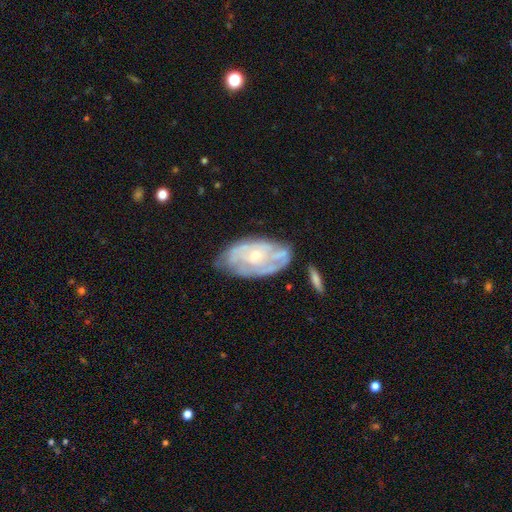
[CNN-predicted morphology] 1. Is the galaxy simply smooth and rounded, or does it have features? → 74% featured or disk, 20% smooth, 6% star or artifact.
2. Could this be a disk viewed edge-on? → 95% no, 5% yes.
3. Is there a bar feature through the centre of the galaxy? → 76% no, 20% weak, 4% strong.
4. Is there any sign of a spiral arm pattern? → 77% yes, 23% no.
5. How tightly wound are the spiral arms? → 62% tight, 28% medium, 10% loose.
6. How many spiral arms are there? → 53% can't tell, 22% 2, 12% 3, 5% 4, 5% 1, 3% more than 4.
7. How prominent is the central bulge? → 64% small, 31% moderate, 2% none, 2% large, 1% dominant.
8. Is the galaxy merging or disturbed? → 60% none, 26% minor disturbance, 9% major disturbance, 5% merger.